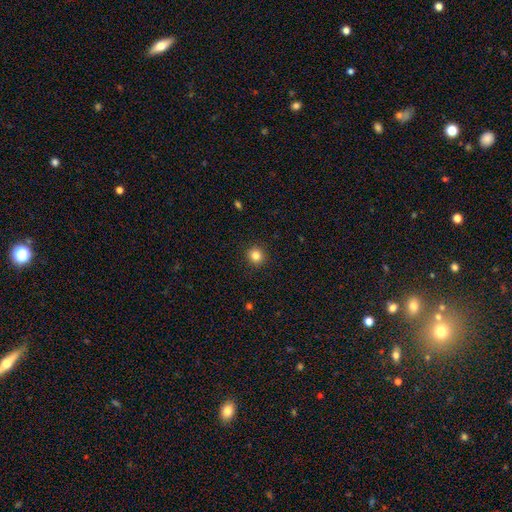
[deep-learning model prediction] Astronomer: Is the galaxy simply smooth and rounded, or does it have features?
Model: smooth — 83%.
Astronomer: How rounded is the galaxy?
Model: round — 94%.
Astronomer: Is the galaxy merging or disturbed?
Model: none — 92%.